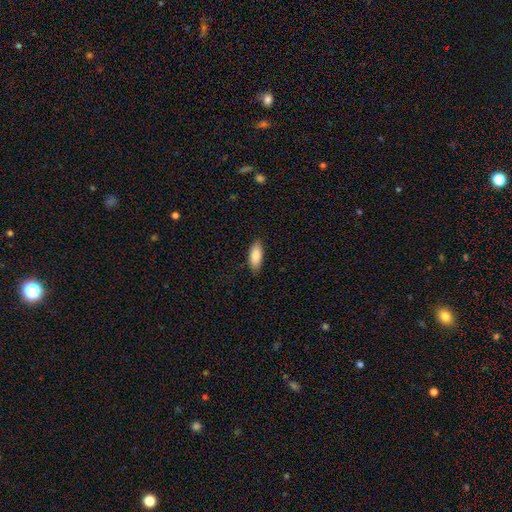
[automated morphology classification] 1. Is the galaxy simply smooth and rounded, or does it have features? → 87% smooth, 7% featured or disk, 6% star or artifact.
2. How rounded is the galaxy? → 80% in between, 18% cigar-shaped, 2% round.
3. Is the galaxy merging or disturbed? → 86% none, 11% minor disturbance, 2% major disturbance, 1% merger.